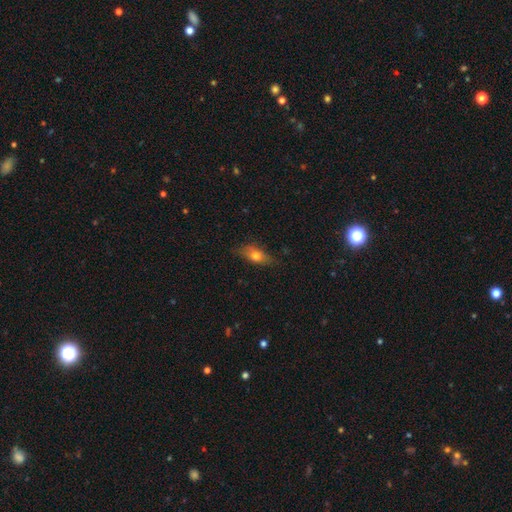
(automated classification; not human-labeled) Q: Smooth or featured?
A: smooth (67%); runner-up: featured or disk (25%)
Q: How rounded?
A: in between (74%); runner-up: cigar-shaped (19%)
Q: Merging?
A: none (72%); runner-up: minor disturbance (22%)